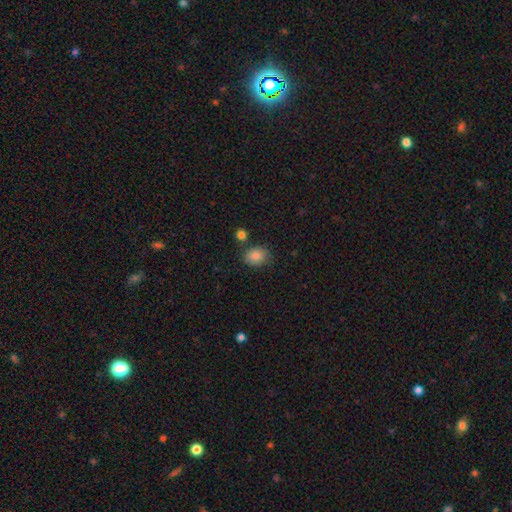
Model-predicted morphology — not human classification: type=smooth (86%); roundness=in between (55%); merging=none (73%).